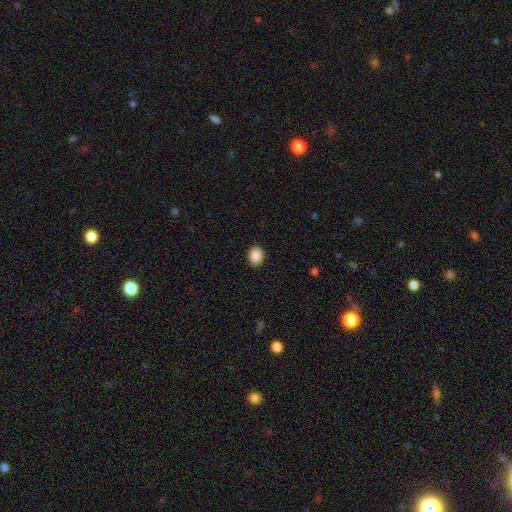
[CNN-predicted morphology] A smooth galaxy with no disk features (87%) that is round (55%).

Vote fractions:
- Smooth or featured? smooth: 87% / star or artifact: 8% / featured or disk: 4%
- How rounded? round: 55% / in between: 44% / cigar-shaped: 1%
- Merging? none: 90% / minor disturbance: 7% / major disturbance: 2% / merger: 1%